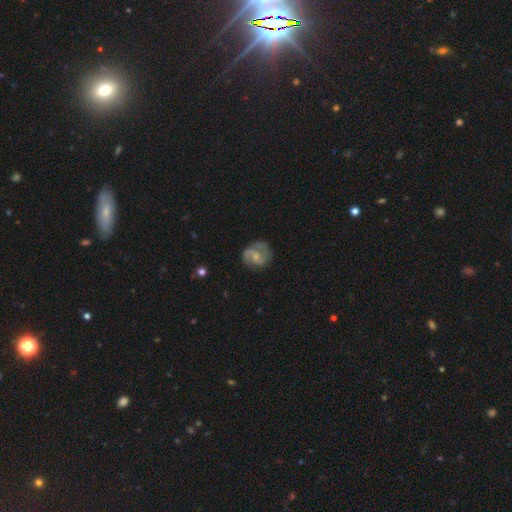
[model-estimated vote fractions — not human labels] smooth-or-featured: featured or disk: 79% | smooth: 15% | star or artifact: 6%
  disk-edge-on: no: 98% | yes: 2%
    bar: no: 50% | weak: 43% | strong: 6%
    has-spiral-arms: yes: 95% | no: 5%
      spiral-winding: medium: 54% | tight: 24% | loose: 22%
      spiral-arm-count: 2: 87% | can't tell: 5% | 1: 3% | 3: 3% | 4: 1% | more than 4: 1%
    bulge-size: small: 52% | moderate: 34% | none: 11% | large: 2% | dominant: 1%
  merging: none: 71% | minor disturbance: 20% | major disturbance: 8% | merger: 2%